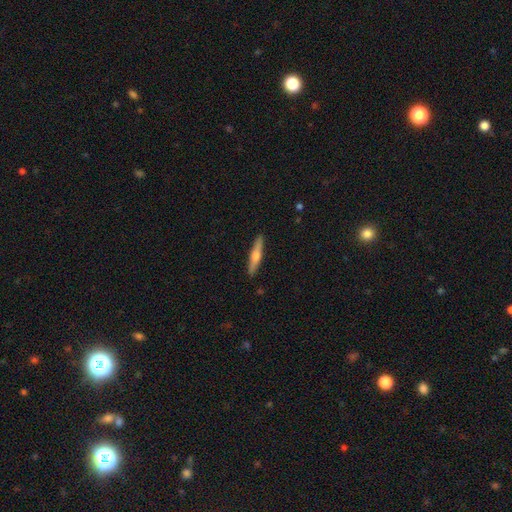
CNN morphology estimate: featured or disk 48%, smooth 47%, star or artifact 5%. Down the decision tree: merging — none (91%).